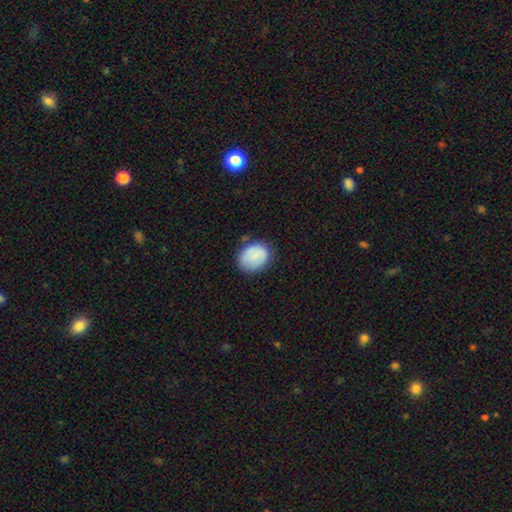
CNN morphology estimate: This is likely a smooth galaxy (79%). How rounded: possibly in between (56%). Merging: likely none (72%).